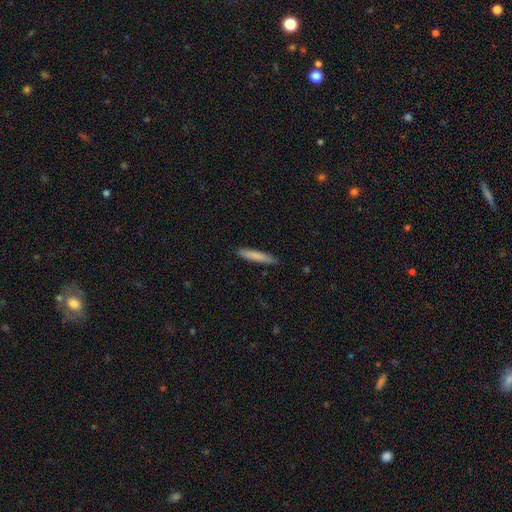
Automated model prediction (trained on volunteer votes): smooth-or-featured: smooth: 81% | featured or disk: 13% | star or artifact: 6%
  how-rounded: cigar-shaped: 92% | in between: 7% | round: 1%
  merging: none: 88% | minor disturbance: 9% | major disturbance: 2% | merger: 1%